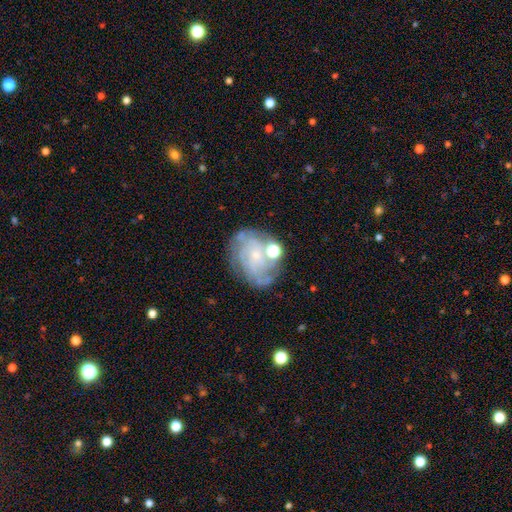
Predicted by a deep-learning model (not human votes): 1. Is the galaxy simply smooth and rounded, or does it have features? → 72% featured or disk, 18% smooth, 10% star or artifact.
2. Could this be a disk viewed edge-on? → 98% no, 2% yes.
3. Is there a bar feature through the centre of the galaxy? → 75% no, 21% weak, 4% strong.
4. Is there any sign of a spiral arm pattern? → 84% yes, 16% no.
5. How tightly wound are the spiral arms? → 58% tight, 30% medium, 11% loose.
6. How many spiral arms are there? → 44% can't tell, 16% 3, 14% 2, 13% 4, 7% more than 4, 6% 1.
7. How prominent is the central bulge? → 73% small, 15% moderate, 9% none, 2% large, 1% dominant.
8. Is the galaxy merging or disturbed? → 61% none, 19% minor disturbance, 11% major disturbance, 9% merger.